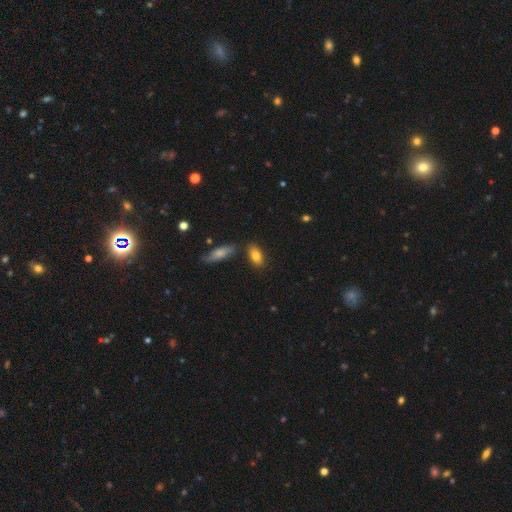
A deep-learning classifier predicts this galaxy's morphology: type=smooth (79%); roundness=in between (86%); merging=none (77%).